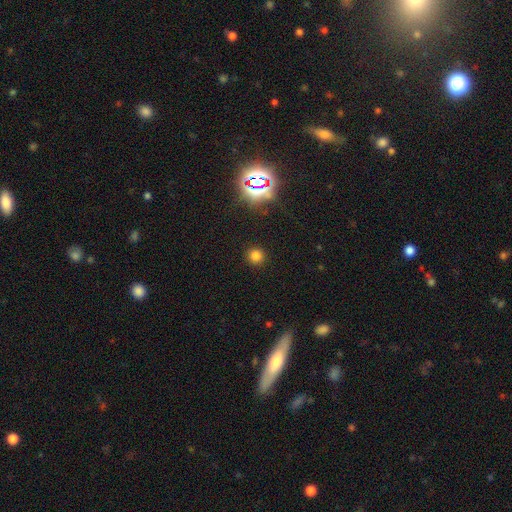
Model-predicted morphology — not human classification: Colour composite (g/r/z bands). It shows a smooth galaxy with no disk features (75%) that is round (94%). Merging: none (91%).